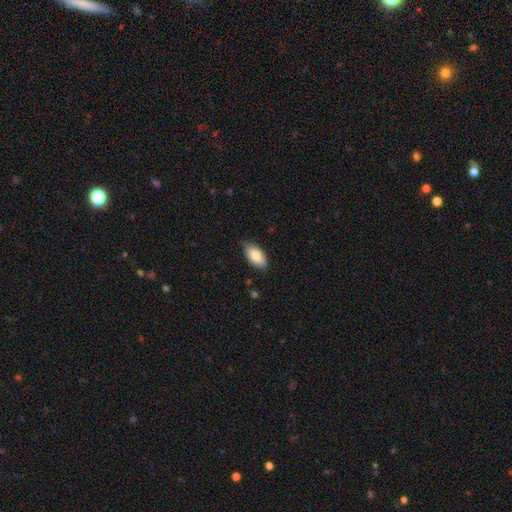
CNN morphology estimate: A smooth galaxy with no disk features (82%) that is in between round and cigar-shaped (92%).

Vote fractions:
- Smooth or featured? smooth: 82% / featured or disk: 12% / star or artifact: 6%
- How rounded? in between: 92% / cigar-shaped: 5% / round: 3%
- Merging? none: 77% / minor disturbance: 20% / major disturbance: 3% / merger: 1%